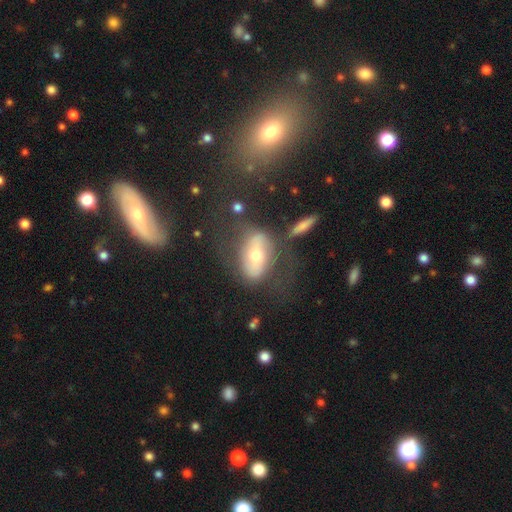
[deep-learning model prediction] A featured or disk galaxy (56%). Merging: none (52%).